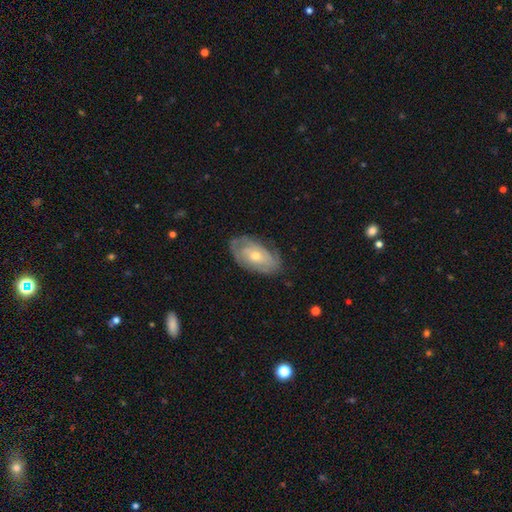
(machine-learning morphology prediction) Smooth or featured?
  - featured or disk: 71% *
  - smooth: 23%
  - star or artifact: 6%
Edge-on disk?
  - no: 93% *
  - yes: 7%
Bar?
  - no: 75% *
  - weak: 21%
  - strong: 4%
Spiral arms?
  - yes: 80% *
  - no: 20%
Spiral winding?
  - tight: 67% *
  - medium: 25%
  - loose: 8%
Spiral arm count?
  - can't tell: 49% *
  - 2: 29%
  - 3: 10%
  - 1: 5%
  - 4: 4%
  - more than 4: 3%
Bulge size?
  - moderate: 52% *
  - small: 44%
  - large: 2%
  - none: 1%
  - dominant: 1%
Merging?
  - none: 73% *
  - minor disturbance: 20%
  - major disturbance: 6%
  - merger: 1%